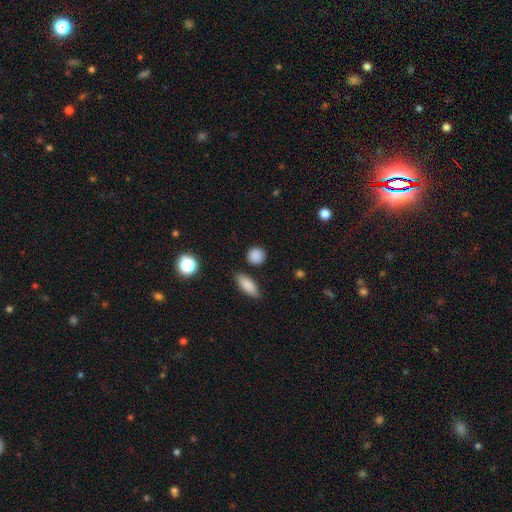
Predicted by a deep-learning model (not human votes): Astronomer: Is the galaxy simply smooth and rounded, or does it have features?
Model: smooth — 88%.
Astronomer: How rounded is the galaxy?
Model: round — 83%.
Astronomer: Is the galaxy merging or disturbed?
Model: none — 85%.